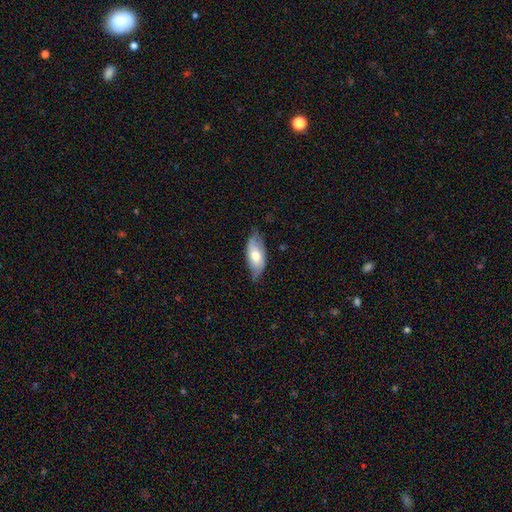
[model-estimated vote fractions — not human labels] Morphology: type=smooth (57%); roundness=in between (89%); merging=none (65%).